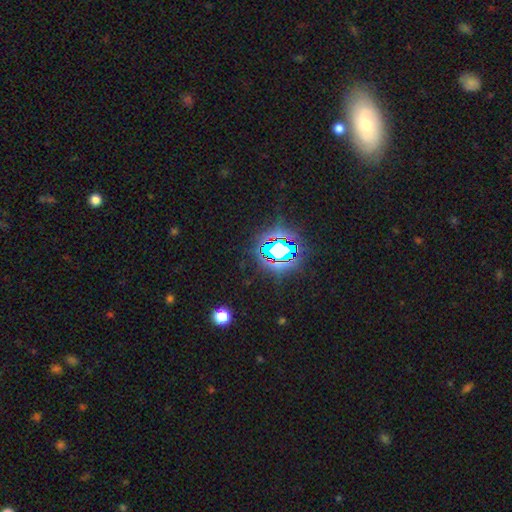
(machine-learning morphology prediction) smooth_or_featured: star or artifact (p=0.78) [alt: smooth p=0.13]